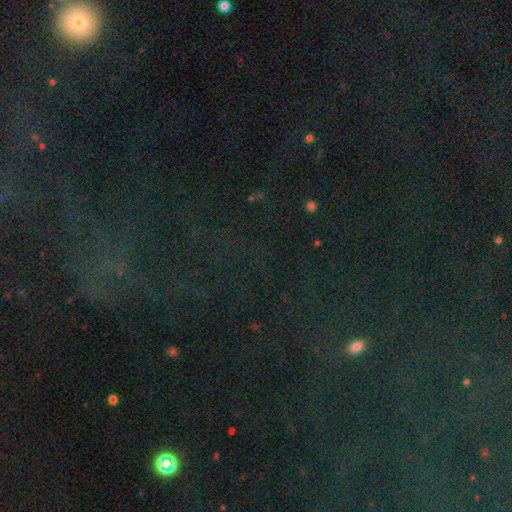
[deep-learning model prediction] Morphology: type=star or artifact (80%).